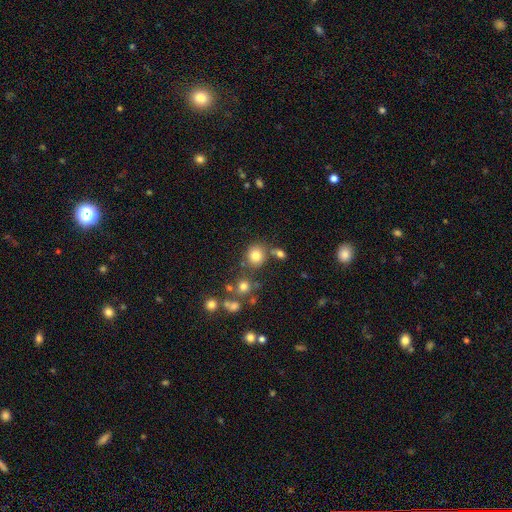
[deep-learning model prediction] This is likely a smooth galaxy (79%). How rounded: clearly round (85%). Merging: likely none (71%).